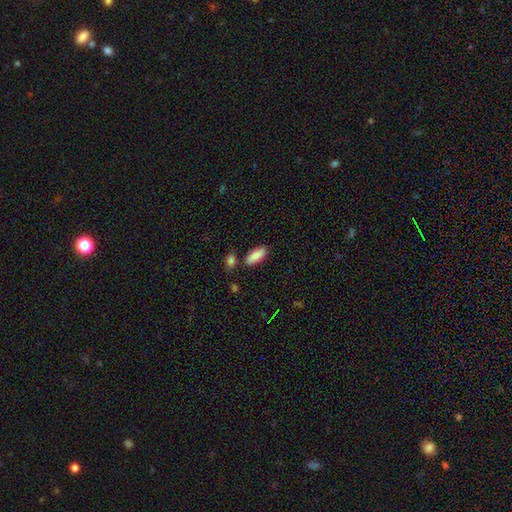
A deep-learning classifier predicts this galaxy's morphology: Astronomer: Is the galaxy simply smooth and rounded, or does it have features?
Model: smooth — 83%.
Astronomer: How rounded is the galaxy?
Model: in between — 84%.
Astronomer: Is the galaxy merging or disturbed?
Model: none — 81%.